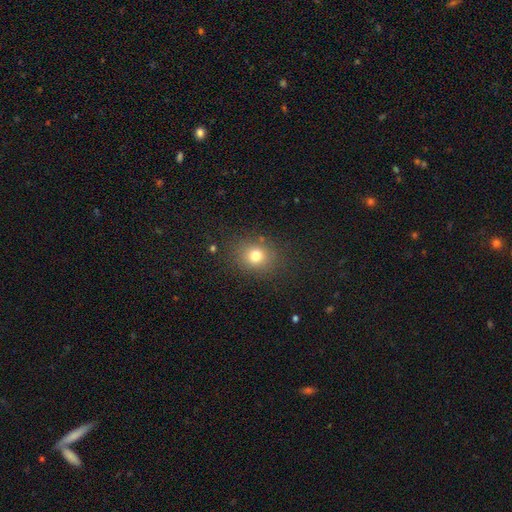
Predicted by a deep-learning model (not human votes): A smooth galaxy with no disk features (76%) that is round (65%). Merging: none (83%).